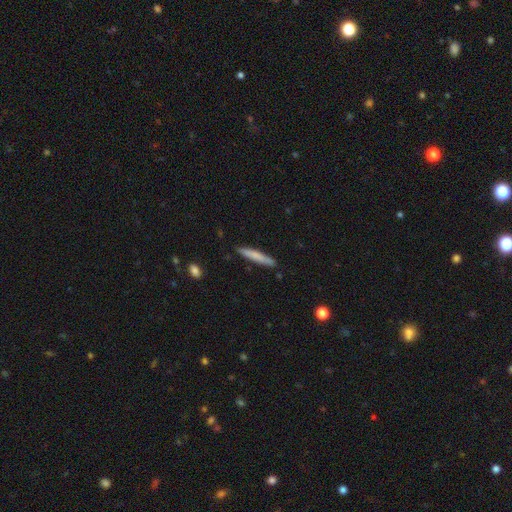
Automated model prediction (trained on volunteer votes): This appears to be a smooth galaxy with no disk features (74%) that is cigar-shaped (94%). Merging: none (87%).